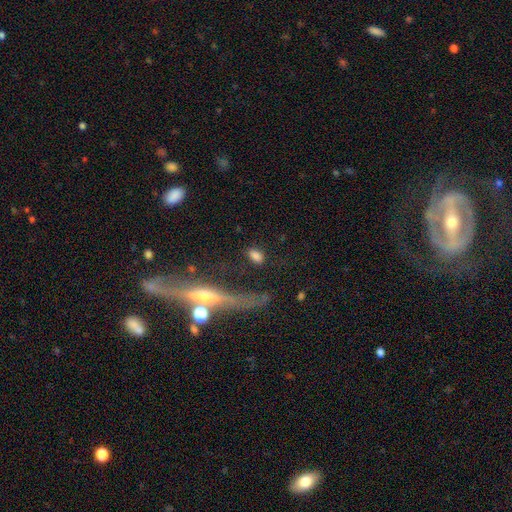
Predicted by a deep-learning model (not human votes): Smooth or featured? Predicted: smooth (p=0.77). How rounded? Predicted: in between (p=0.81). Merging? Predicted: none (p=0.74).